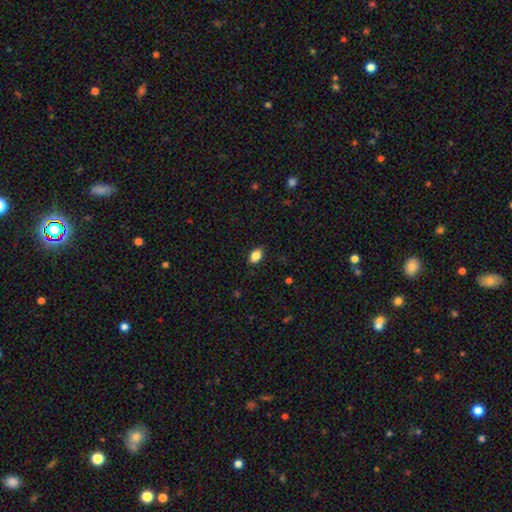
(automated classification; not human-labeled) smooth-or-featured: smooth: 85% | star or artifact: 9% | featured or disk: 6%
  how-rounded: in between: 87% | round: 11% | cigar-shaped: 2%
  merging: none: 87% | minor disturbance: 10% | major disturbance: 2% | merger: 1%